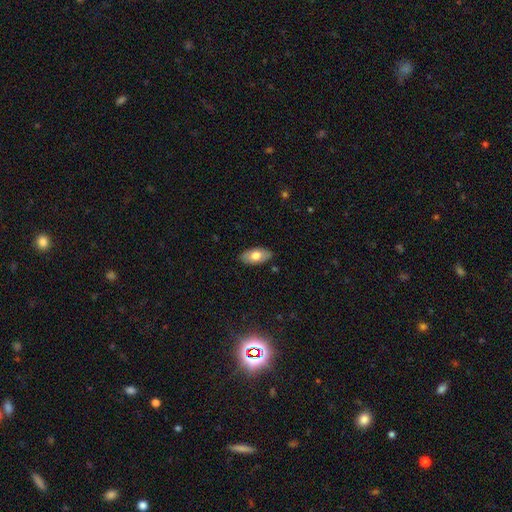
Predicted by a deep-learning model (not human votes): smooth-or-featured: smooth: 72% | featured or disk: 22% | star or artifact: 6%
  how-rounded: in between: 93% | cigar-shaped: 4% | round: 3%
  merging: none: 87% | minor disturbance: 10% | major disturbance: 2% | merger: 1%